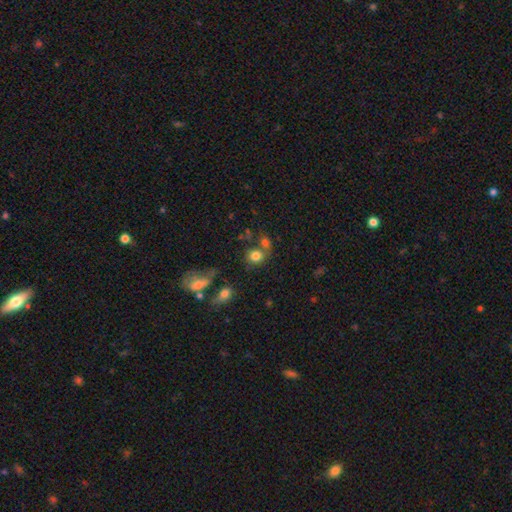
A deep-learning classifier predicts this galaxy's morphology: type=smooth (80%); roundness=round (72%); merging=none (55%).